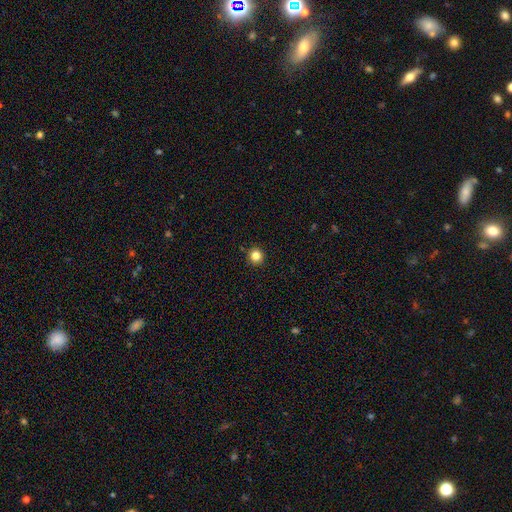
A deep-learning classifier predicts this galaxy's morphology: Smooth or featured? smooth (83%)
How rounded? round (95%)
Merging? none (93%)